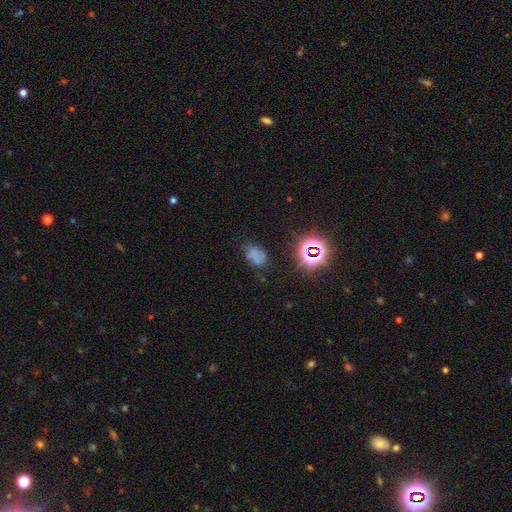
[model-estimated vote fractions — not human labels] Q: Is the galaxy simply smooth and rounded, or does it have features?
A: smooth — 59%.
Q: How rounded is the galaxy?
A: in between — 83%.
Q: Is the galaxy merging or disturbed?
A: none — 62%.